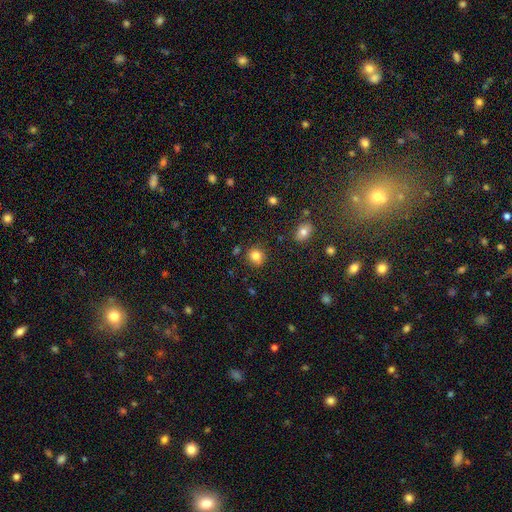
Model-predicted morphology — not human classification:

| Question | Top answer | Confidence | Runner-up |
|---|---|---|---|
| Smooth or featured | smooth | 83% | star or artifact (11%) |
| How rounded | round | 84% | in between (15%) |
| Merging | none | 86% | minor disturbance (9%) |